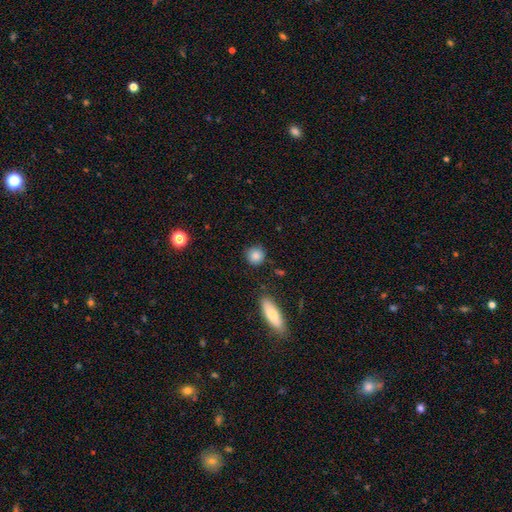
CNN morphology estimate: Smooth or featured? Predicted: smooth (p=0.86). How rounded? Predicted: round (p=0.87). Merging? Predicted: none (p=0.83).